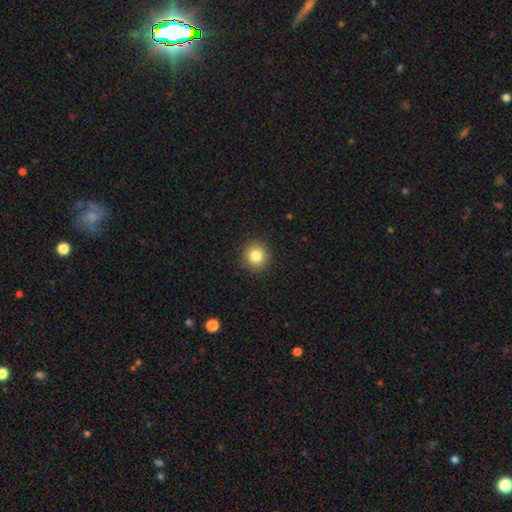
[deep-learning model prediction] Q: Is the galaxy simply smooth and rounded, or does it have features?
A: smooth — 83%.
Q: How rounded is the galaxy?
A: round — 92%.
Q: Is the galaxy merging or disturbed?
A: none — 92%.